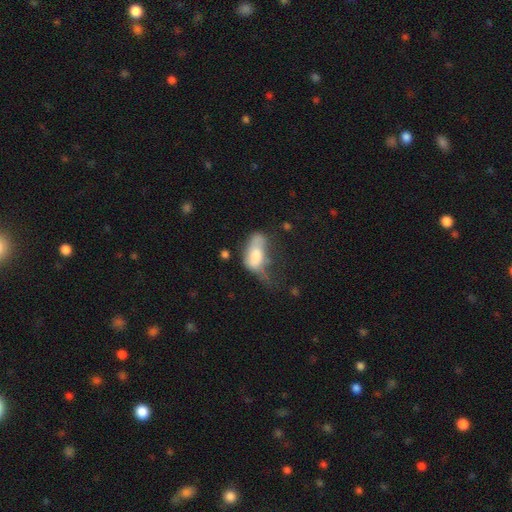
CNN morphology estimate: type=smooth (62%); roundness=in between (89%); merging=major disturbance (45%).